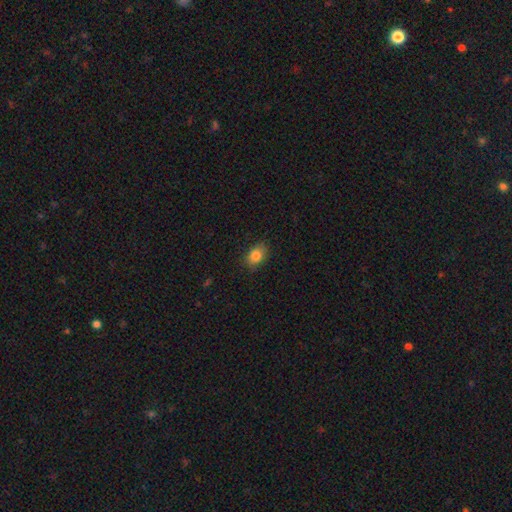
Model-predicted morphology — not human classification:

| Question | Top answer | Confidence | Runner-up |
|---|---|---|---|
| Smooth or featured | smooth | 84% | star or artifact (10%) |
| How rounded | in between | 73% | round (26%) |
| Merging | none | 84% | minor disturbance (12%) |